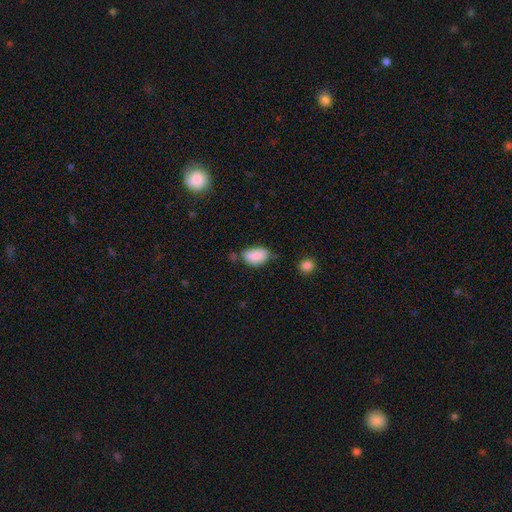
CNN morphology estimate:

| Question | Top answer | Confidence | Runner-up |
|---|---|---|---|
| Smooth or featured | smooth | 87% | star or artifact (7%) |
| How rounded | in between | 92% | round (6%) |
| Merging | none | 54% | minor disturbance (32%) |